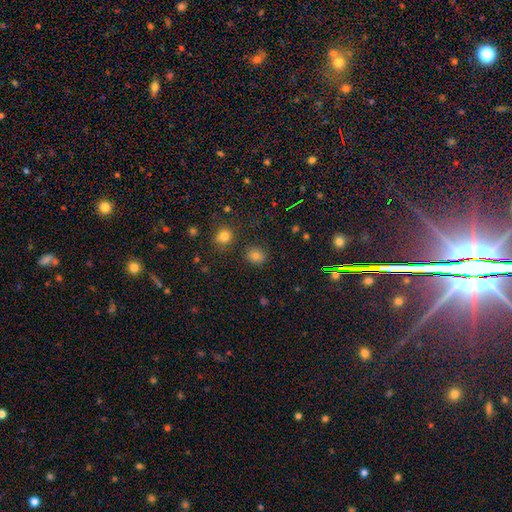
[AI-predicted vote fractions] Morphology: type=smooth (77%); roundness=round (80%); merging=none (86%).